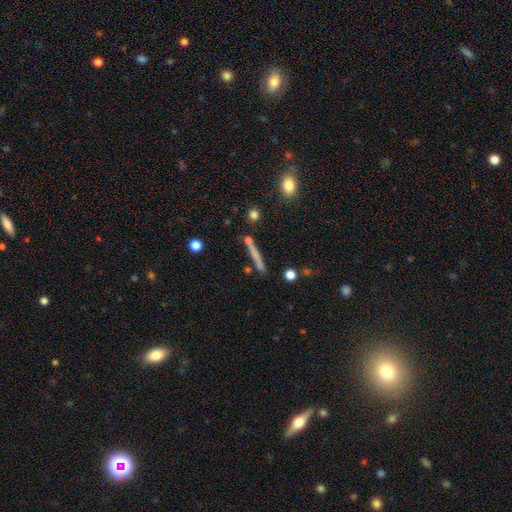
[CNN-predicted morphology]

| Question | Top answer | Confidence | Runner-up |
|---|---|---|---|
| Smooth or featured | smooth | 62% | featured or disk (29%) |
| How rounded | cigar-shaped | 93% | in between (4%) |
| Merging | none | 74% | minor disturbance (12%) |